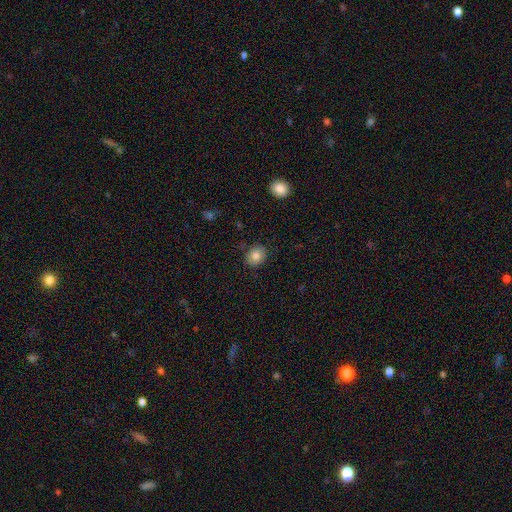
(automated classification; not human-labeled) Smooth or featured?
  - smooth: 82% *
  - star or artifact: 9%
  - featured or disk: 9%
How rounded?
  - round: 64% *
  - in between: 36%
  - cigar-shaped: 1%
Merging?
  - none: 87% *
  - minor disturbance: 10%
  - major disturbance: 2%
  - merger: 2%